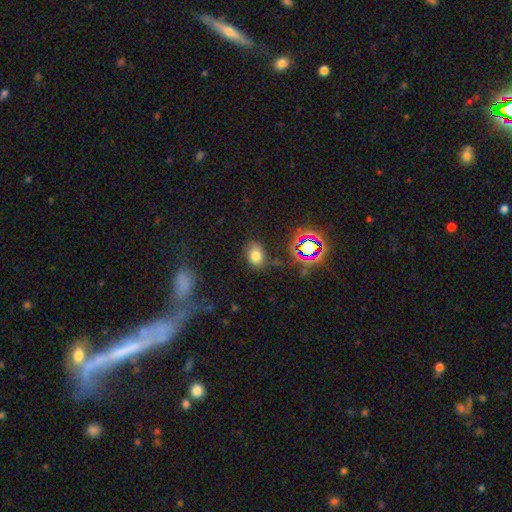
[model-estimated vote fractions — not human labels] Overall: smooth (72%). How rounded: in between (64%; round 35%). Merging: none (75%).